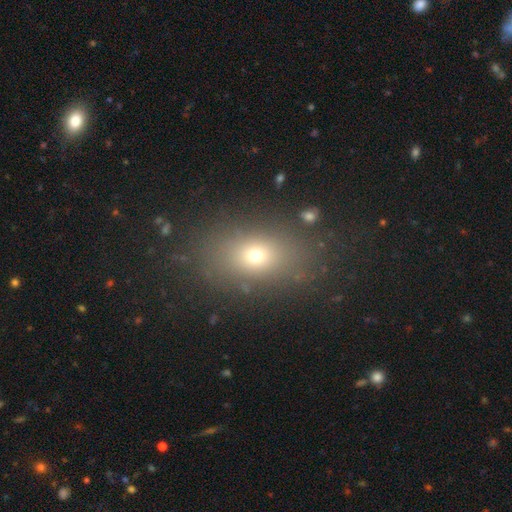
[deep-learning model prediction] Smooth or featured? smooth (66%)
How rounded? in between (69%)
Merging? none (81%)